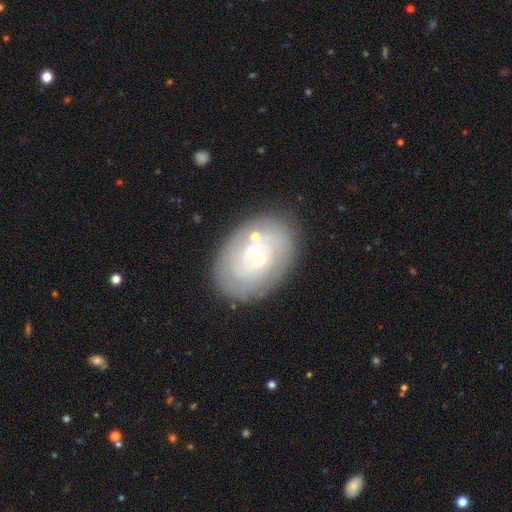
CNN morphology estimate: smooth_or_featured: featured or disk (p=0.74) [alt: smooth p=0.20]
disk_edge_on: no (p=0.96) [alt: yes p=0.04]
bar: no (p=0.50) [alt: weak p=0.40]
has_spiral_arms: yes (p=0.80) [alt: no p=0.20]
spiral_winding: tight (p=0.69) [alt: medium p=0.23]
spiral_arm_count: can't tell (p=0.42) [alt: 2 p=0.32]
bulge_size: small (p=0.57) [alt: moderate p=0.39]
merging: none (p=0.78) [alt: minor disturbance p=0.14]